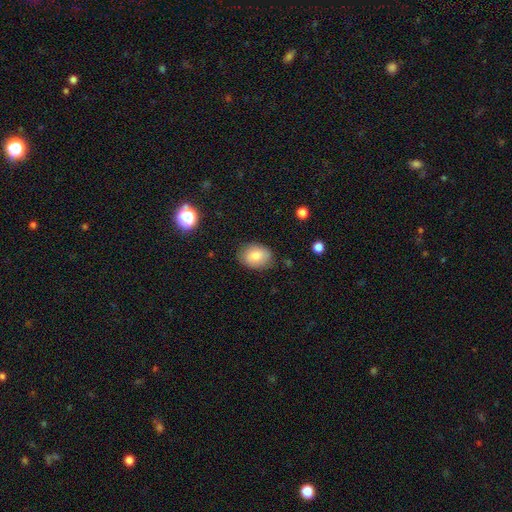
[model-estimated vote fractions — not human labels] Q: Smooth or featured?
A: smooth (82%); runner-up: featured or disk (10%)
Q: How rounded?
A: in between (71%); runner-up: round (28%)
Q: Merging?
A: none (81%); runner-up: minor disturbance (14%)